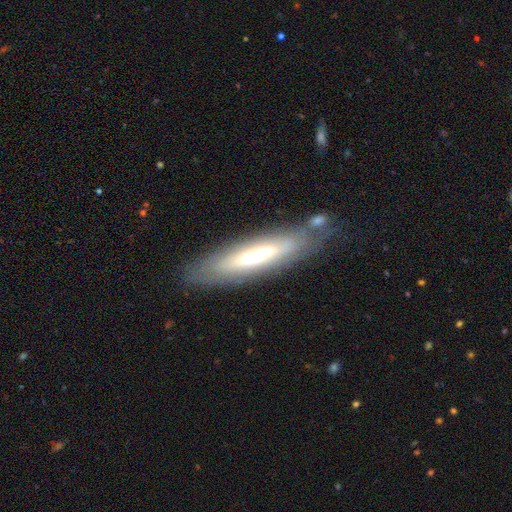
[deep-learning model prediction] Smooth or featured? featured or disk (53%)
Edge-on disk? yes (64%)
Merging? none (72%)